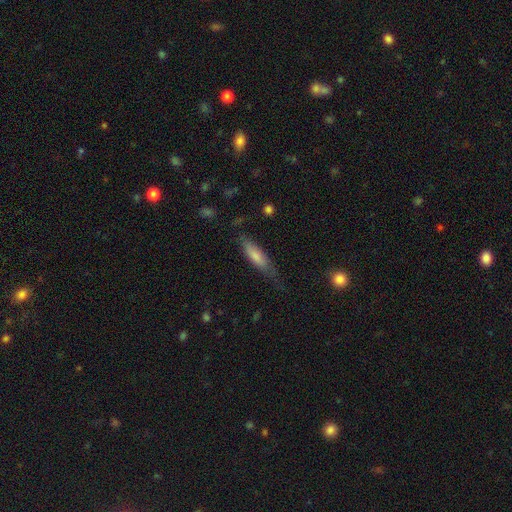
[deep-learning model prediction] Overall: smooth (73%). How rounded: cigar-shaped (64%; in between 35%). Merging: none (58%; minor disturbance 29%).